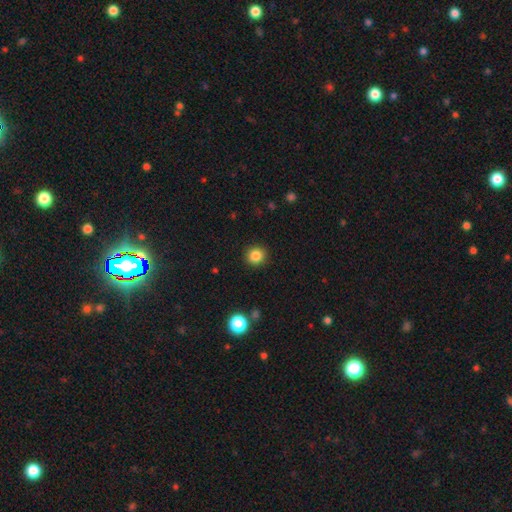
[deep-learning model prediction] Overall: smooth (85%). How rounded: round (91%). Merging: none (91%).